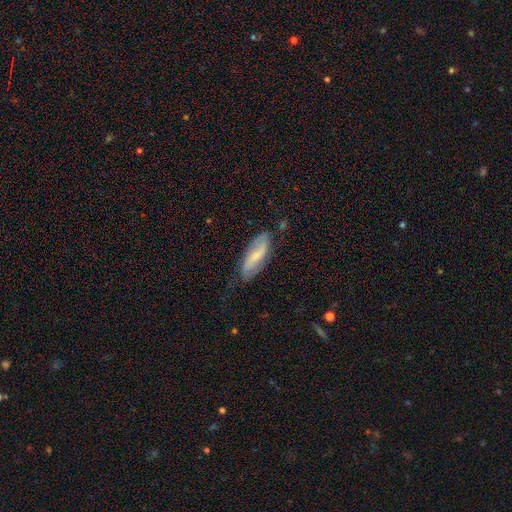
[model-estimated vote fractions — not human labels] A featured or disk galaxy (59%) with a weak bar (42%), spiral arms (86%) and a small central bulge (58%). Merging: none (74%).